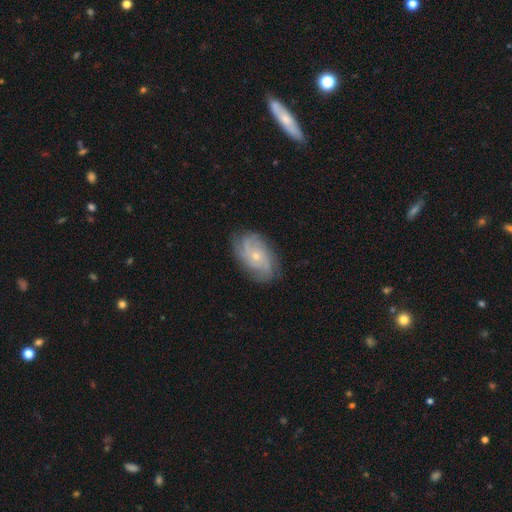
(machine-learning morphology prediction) Q: Smooth or featured?
A: featured or disk (76%); runner-up: smooth (17%)
Q: Edge-on disk?
A: no (96%); runner-up: yes (4%)
Q: Bar?
A: no (79%); runner-up: weak (19%)
Q: Spiral arms?
A: yes (93%); runner-up: no (7%)
Q: Spiral winding?
A: tight (49%); runner-up: medium (37%)
Q: Spiral arm count?
A: can't tell (34%); runner-up: 3 (21%)
Q: Bulge size?
A: small (67%); runner-up: moderate (30%)
Q: Merging?
A: none (77%); runner-up: minor disturbance (17%)